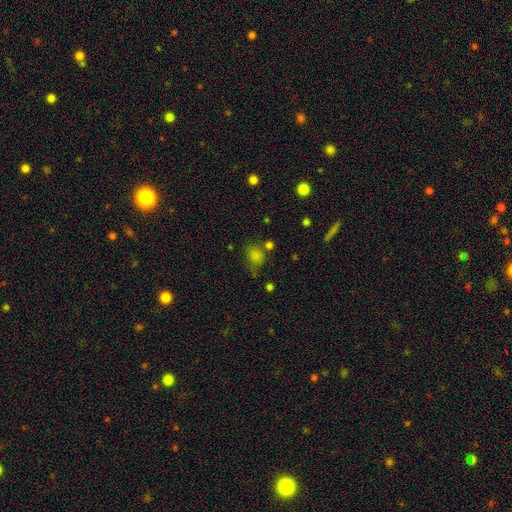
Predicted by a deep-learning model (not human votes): smooth_or_featured: smooth (p=0.76) [alt: star or artifact p=0.17]
how_rounded: round (p=0.58) [alt: in between p=0.41]
merging: none (p=0.56) [alt: minor disturbance p=0.22]